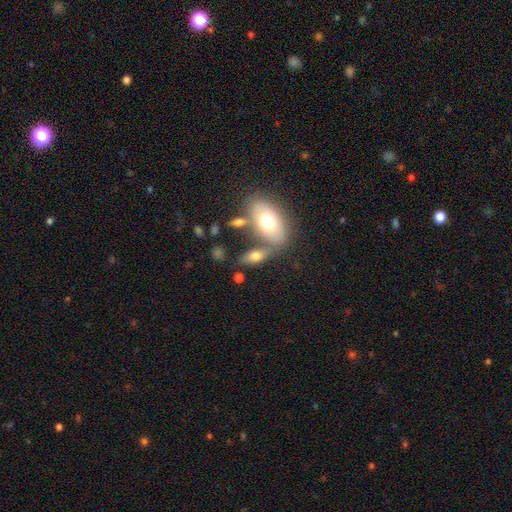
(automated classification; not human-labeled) Smooth or featured? smooth (65%)
How rounded? in between (82%)
Merging? none (51%)